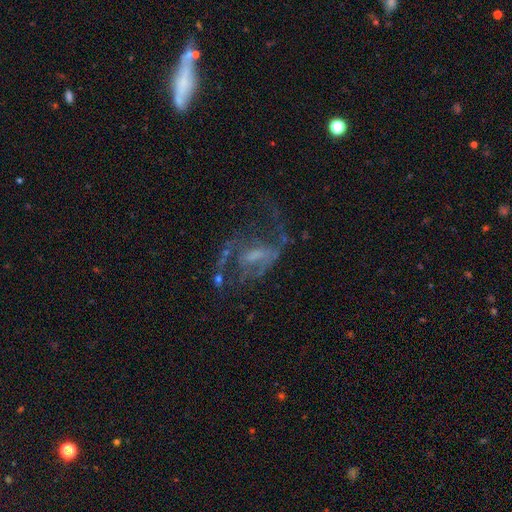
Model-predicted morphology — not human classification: Smooth or featured? featured or disk (74%)
Edge-on disk? no (96%)
Bar? weak (45%)
Spiral arms? yes (73%)
Spiral winding? loose (51%)
Spiral arm count? 2 (63%)
Bulge size? small (36%)
Merging? none (40%)